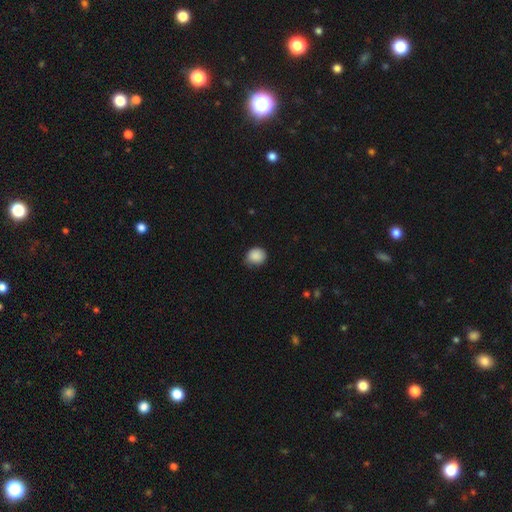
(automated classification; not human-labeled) This is clearly a smooth galaxy (88%). How rounded: likely round (77%). Merging: likely none (72%).